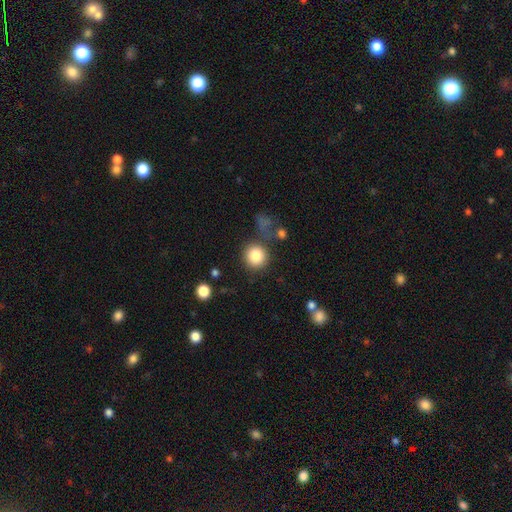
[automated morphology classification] Smooth or featured? Predicted: smooth (p=0.85). How rounded? Predicted: round (p=0.90). Merging? Predicted: none (p=0.76).